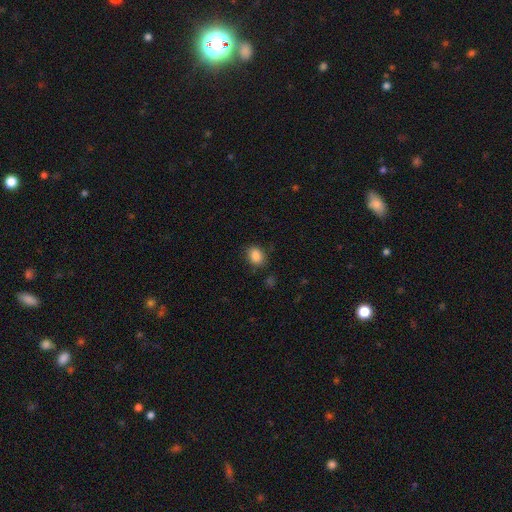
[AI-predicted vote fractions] Smooth or featured?
  - smooth: 87% *
  - star or artifact: 10%
  - featured or disk: 4%
How rounded?
  - in between: 56% *
  - round: 43%
  - cigar-shaped: 1%
Merging?
  - none: 82% *
  - minor disturbance: 12%
  - major disturbance: 3%
  - merger: 2%